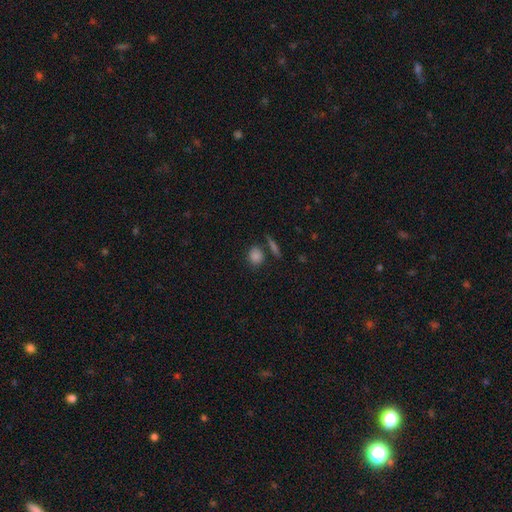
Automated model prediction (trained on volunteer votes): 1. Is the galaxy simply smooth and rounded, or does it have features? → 82% smooth, 11% star or artifact, 7% featured or disk.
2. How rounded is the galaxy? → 66% round, 31% in between, 3% cigar-shaped.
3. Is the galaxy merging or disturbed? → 74% none, 11% merger, 11% minor disturbance, 4% major disturbance.